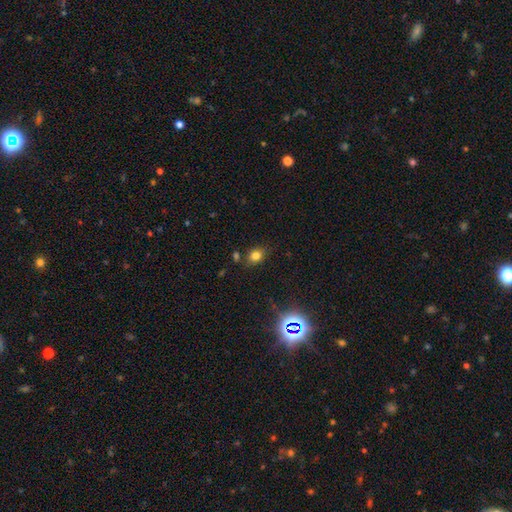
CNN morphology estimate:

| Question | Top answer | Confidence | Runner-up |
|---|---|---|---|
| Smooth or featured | smooth | 77% | star or artifact (16%) |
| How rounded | in between | 55% | round (44%) |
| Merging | none | 77% | minor disturbance (15%) |